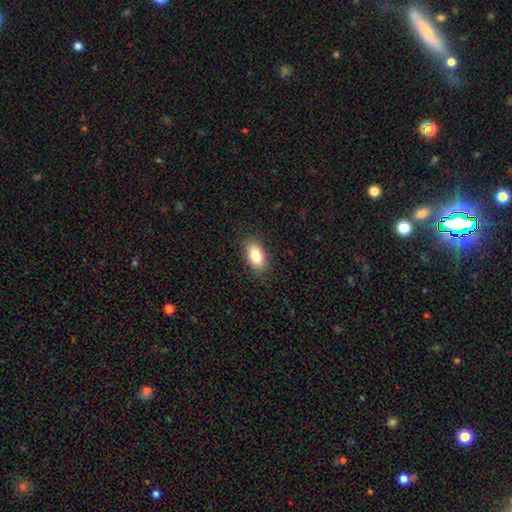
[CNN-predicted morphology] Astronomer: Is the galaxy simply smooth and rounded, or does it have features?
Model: smooth — 83%.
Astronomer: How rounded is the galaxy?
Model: in between — 91%.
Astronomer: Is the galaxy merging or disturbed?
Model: none — 88%.